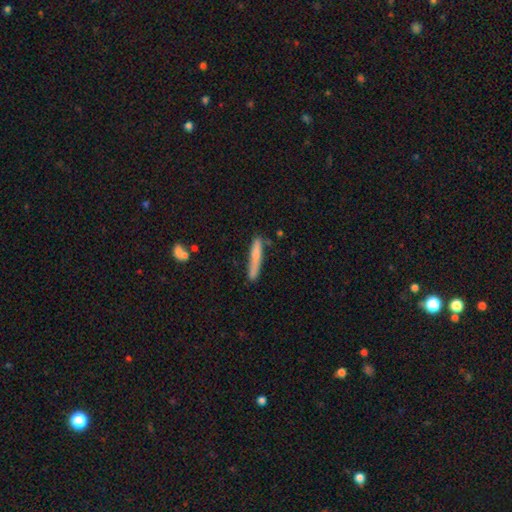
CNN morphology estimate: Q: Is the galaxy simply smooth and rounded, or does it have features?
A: smooth — 66%.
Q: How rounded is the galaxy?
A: cigar-shaped — 94%.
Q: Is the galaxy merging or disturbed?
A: none — 75%.